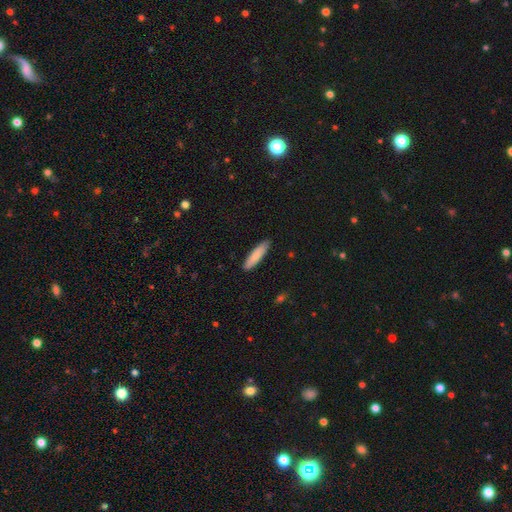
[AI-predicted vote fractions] This appears to be a smooth galaxy with no disk features (84%) that is cigar-shaped (77%). Merging: none (89%).